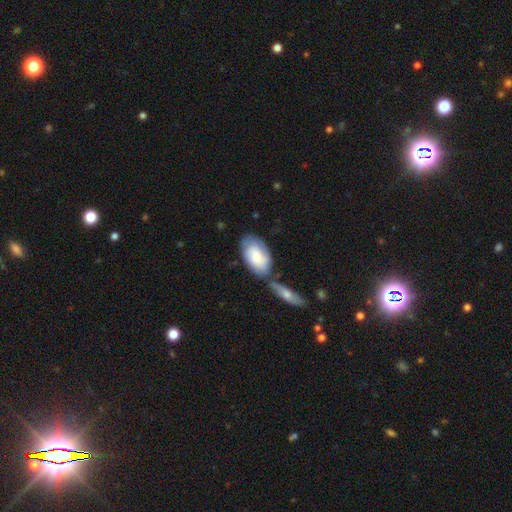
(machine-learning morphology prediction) This appears to be a smooth galaxy with no disk features (69%) that is in between round and cigar-shaped (94%). Merging: none (51%).